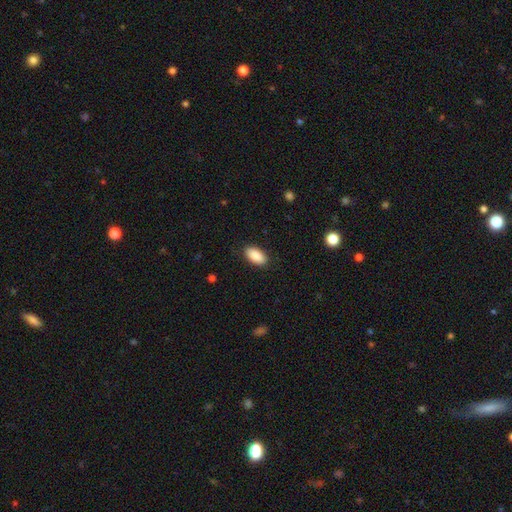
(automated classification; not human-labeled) This is clearly a smooth galaxy (89%). How rounded: clearly in between (94%). Merging: clearly none (88%).